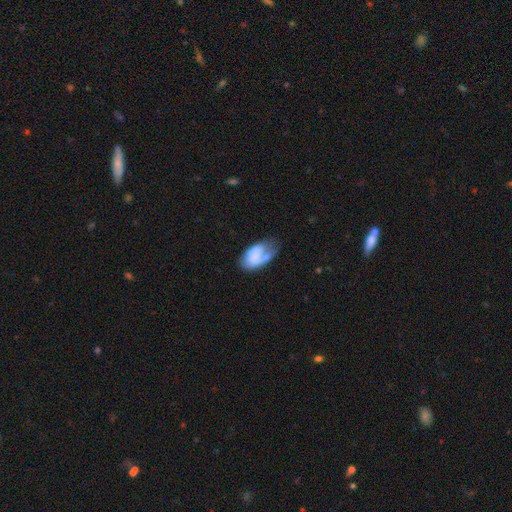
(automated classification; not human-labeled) This appears to be a smooth galaxy with no disk features (58%) that is in between round and cigar-shaped (93%). Merging: none (34%).